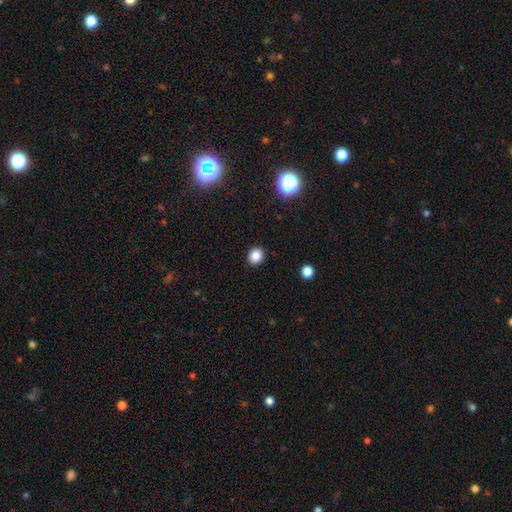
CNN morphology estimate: This appears to be a smooth galaxy with no disk features (85%) that is round (73%). Merging: none (91%).